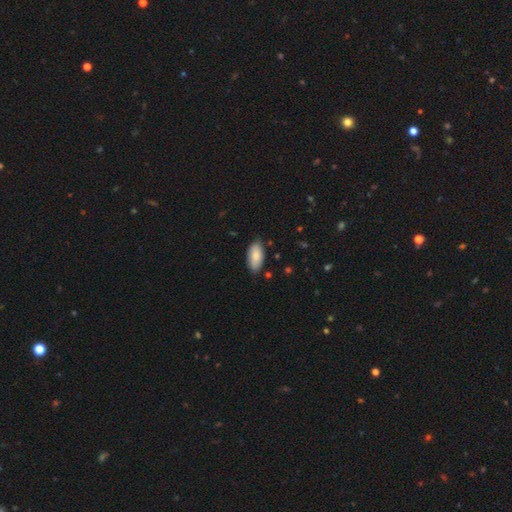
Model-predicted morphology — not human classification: This appears to be a smooth galaxy with no disk features (83%) that is in between round and cigar-shaped (92%). Merging: none (80%).